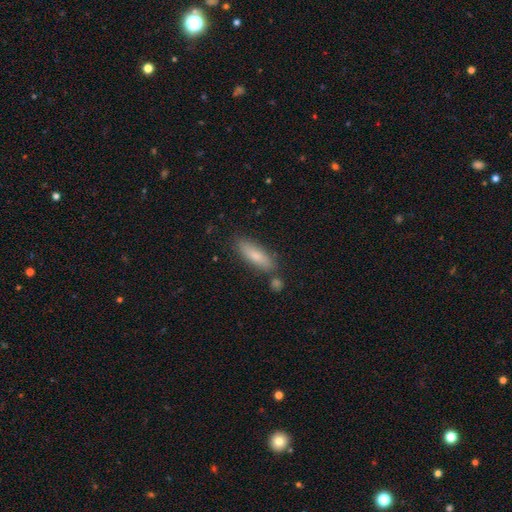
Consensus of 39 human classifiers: Smooth or featured?
  - smooth: 74% *
  - featured or disk: 21%
  - star or artifact: 5%
How rounded?
  - in between: 62% *
  - cigar-shaped: 38%
  - round: 0%
Merging?
  - none: 76% *
  - minor disturbance: 14%
  - merger: 8%
  - major disturbance: 3%